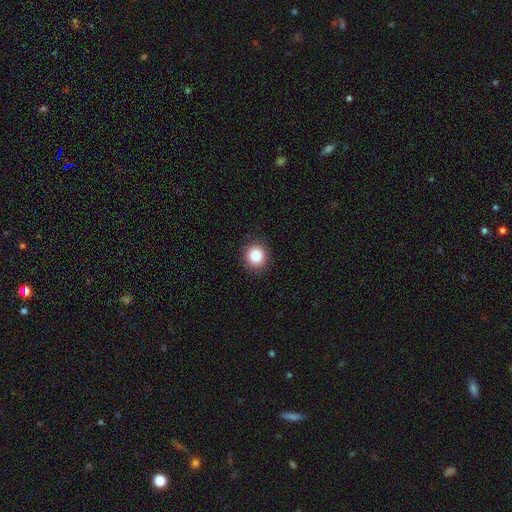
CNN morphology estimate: Q: Smooth or featured?
A: smooth (85%); runner-up: star or artifact (10%)
Q: How rounded?
A: round (85%); runner-up: in between (14%)
Q: Merging?
A: none (90%); runner-up: minor disturbance (7%)